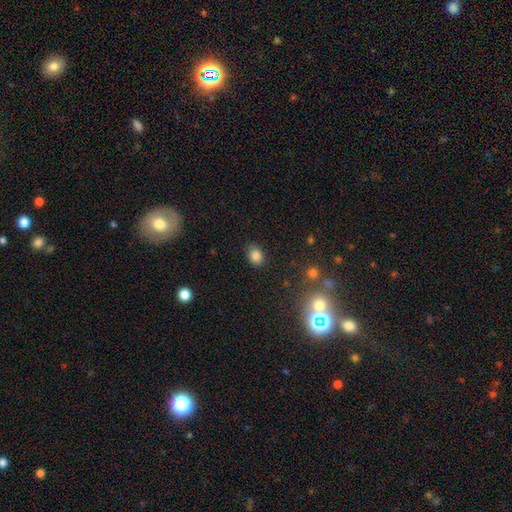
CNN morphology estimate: Overall: smooth (83%). How rounded: in between (54%; round 45%). Merging: none (84%).